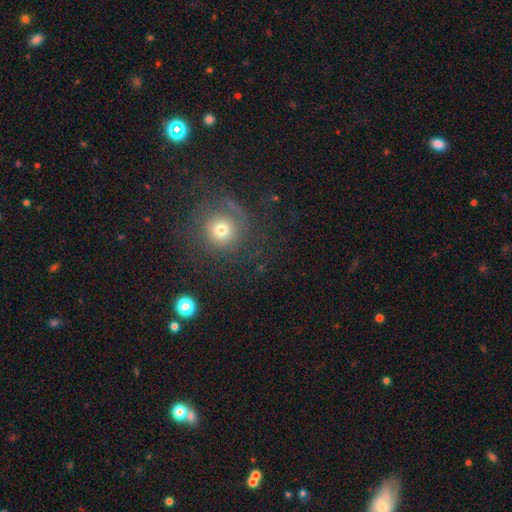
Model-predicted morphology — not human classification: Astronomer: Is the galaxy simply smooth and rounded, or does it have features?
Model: smooth — 49% (runner-up: star or artifact, 27%).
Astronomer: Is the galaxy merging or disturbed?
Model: none — 77%.